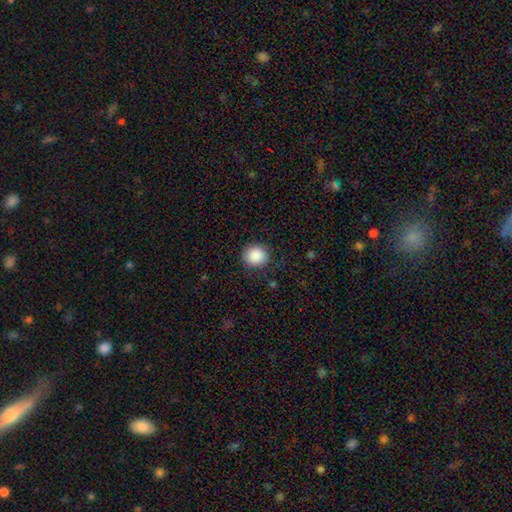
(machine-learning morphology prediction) smooth 88%, star or artifact 8%, featured or disk 3%. Down the decision tree: how rounded — round (84%); merging — none (85%).